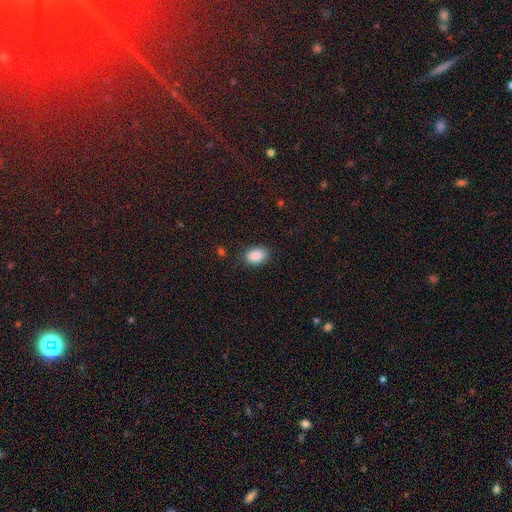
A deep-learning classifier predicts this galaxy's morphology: Overall: smooth (89%). How rounded: in between (79%). Merging: none (84%).